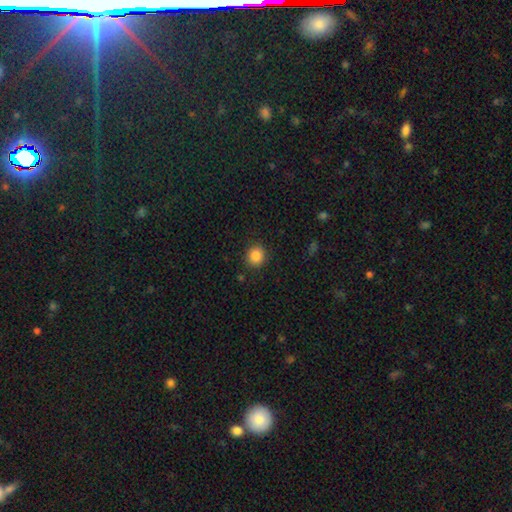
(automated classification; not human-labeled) smooth 87%, star or artifact 10%, featured or disk 4%. Down the decision tree: how rounded — round (83%); merging — none (89%).